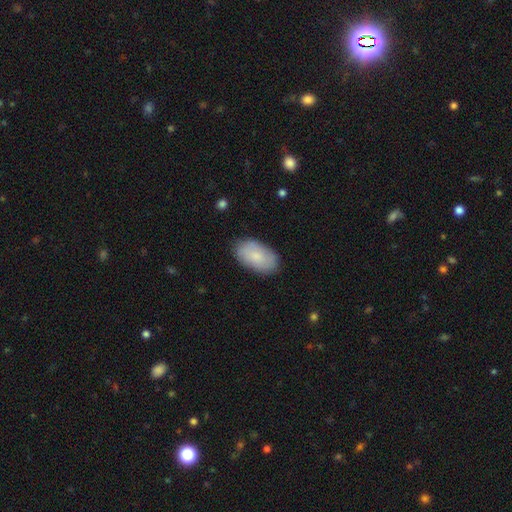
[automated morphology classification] Q: Smooth or featured?
A: smooth (80%); runner-up: featured or disk (15%)
Q: How rounded?
A: in between (95%); runner-up: round (4%)
Q: Merging?
A: none (84%); runner-up: minor disturbance (12%)